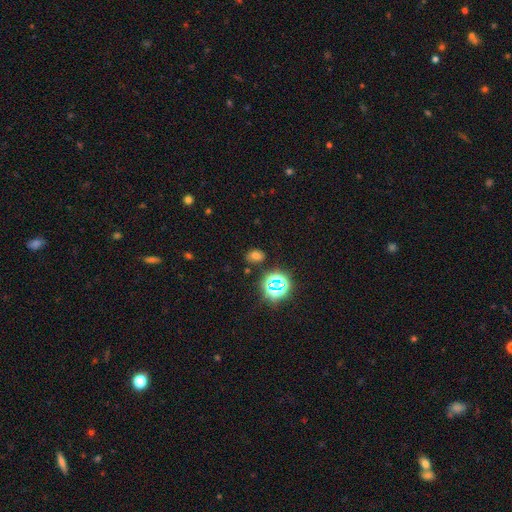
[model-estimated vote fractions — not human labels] smooth 60%, star or artifact 30%, featured or disk 9%. Down the decision tree: how rounded — in between (68%); merging — none (79%).